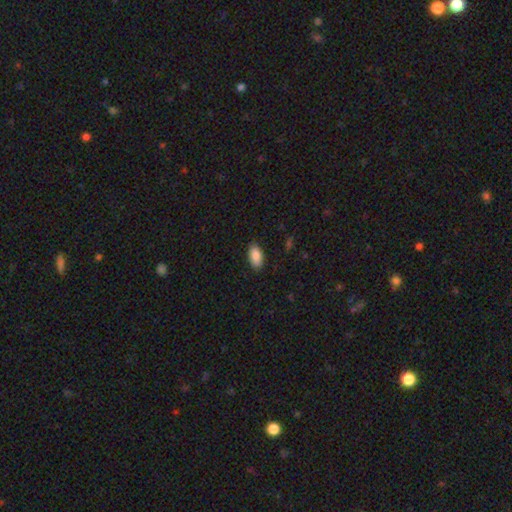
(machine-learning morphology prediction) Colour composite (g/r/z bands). It shows a smooth galaxy with no disk features (88%) that is in between round and cigar-shaped (94%). Merging: none (87%).